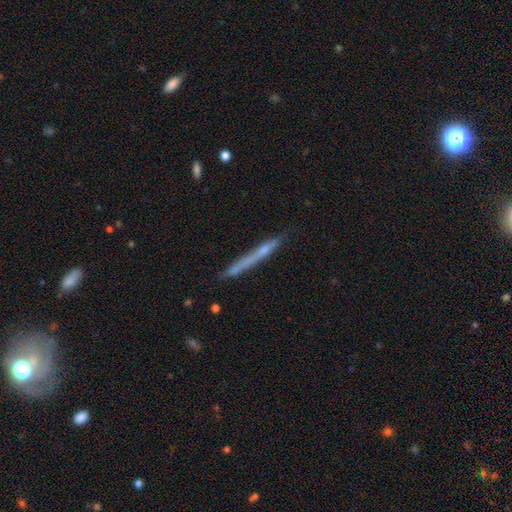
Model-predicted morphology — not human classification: Smooth or featured?
  - featured or disk: 48% *
  - smooth: 43%
  - star or artifact: 9%
Merging?
  - none: 80% *
  - minor disturbance: 14%
  - major disturbance: 3%
  - merger: 2%